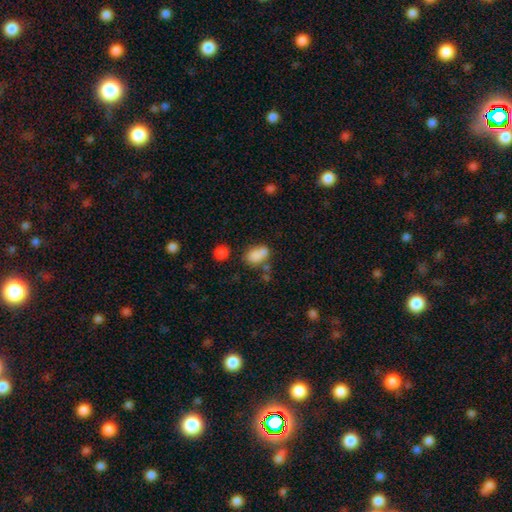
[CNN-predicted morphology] Smooth or featured: smooth — 81% (star or artifact — 10%)
How rounded: in between — 85% (round — 12%)
Merging: none — 49% (minor disturbance — 22%)